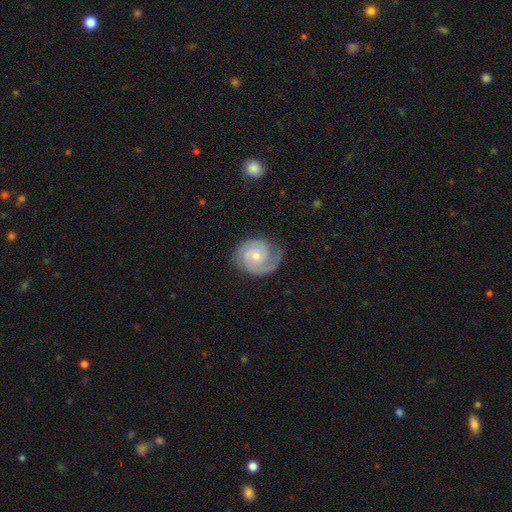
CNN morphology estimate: This appears to be a featured or disk galaxy (84%) with no bar (63%), 2 (62%) tight (53%) spiral arms (97%) and a small central bulge (61%). Merging: none (72%).